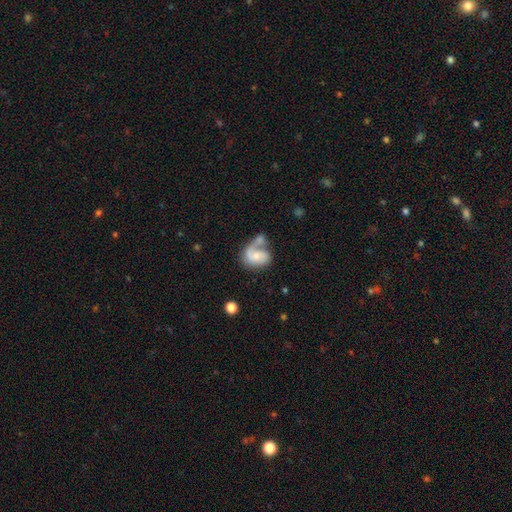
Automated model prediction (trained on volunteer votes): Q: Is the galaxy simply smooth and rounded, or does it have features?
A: featured or disk — 57%.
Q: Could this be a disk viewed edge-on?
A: no — 97%.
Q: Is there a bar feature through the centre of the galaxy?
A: no — 70%.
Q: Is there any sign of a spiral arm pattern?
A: yes — 79%.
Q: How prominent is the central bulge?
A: small — 45%.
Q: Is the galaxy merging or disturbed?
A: merger — 34%.